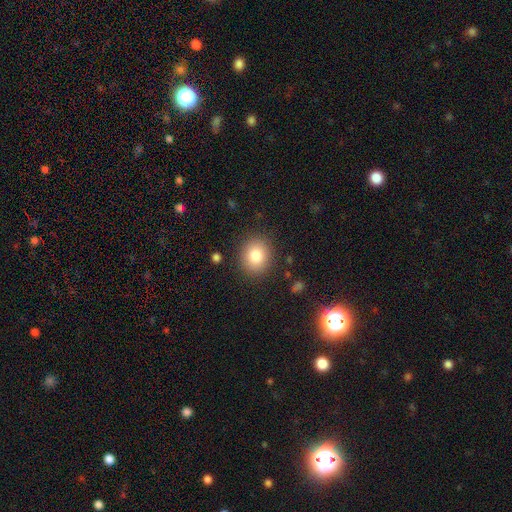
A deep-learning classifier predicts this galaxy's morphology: smooth 82%, star or artifact 10%, featured or disk 8%. Down the decision tree: how rounded — round (73%); merging — none (88%).